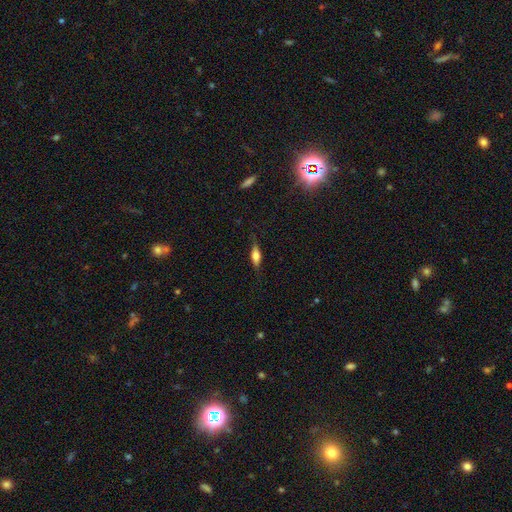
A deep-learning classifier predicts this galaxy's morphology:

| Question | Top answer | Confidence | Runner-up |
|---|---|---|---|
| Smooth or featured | smooth | 52% | featured or disk (40%) |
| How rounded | in between | 60% | cigar-shaped (35%) |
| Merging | none | 76% | minor disturbance (18%) |